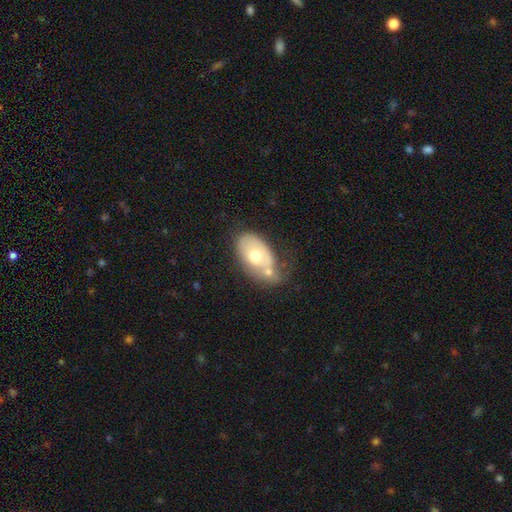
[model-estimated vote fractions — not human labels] Q: Smooth or featured?
A: smooth (57%); runner-up: featured or disk (37%)
Q: How rounded?
A: in between (88%); runner-up: round (10%)
Q: Merging?
A: merger (33%); runner-up: none (31%)